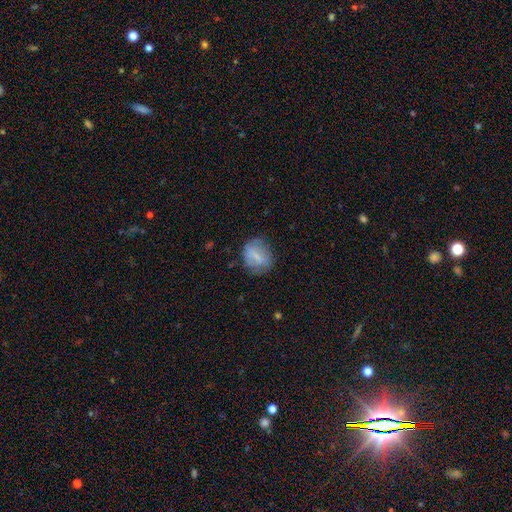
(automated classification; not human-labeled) The model was most divided on "how rounded": round: 53%, in between: 45%, cigar-shaped: 2%. More confident: merging — none (68%); smooth or featured — smooth (67%).